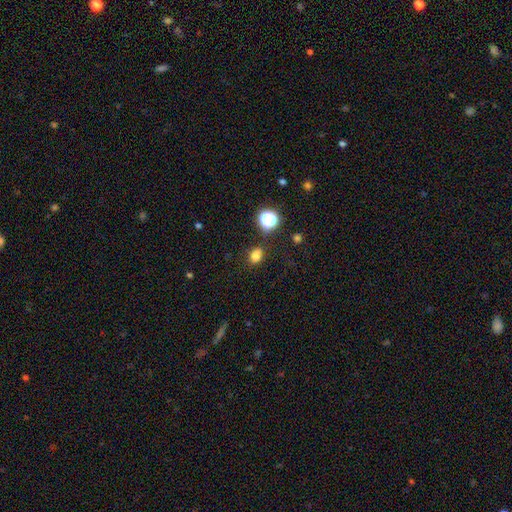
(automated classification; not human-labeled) This appears to be a smooth galaxy with no disk features (77%) that is in between round and cigar-shaped (53%). Merging: none (78%).